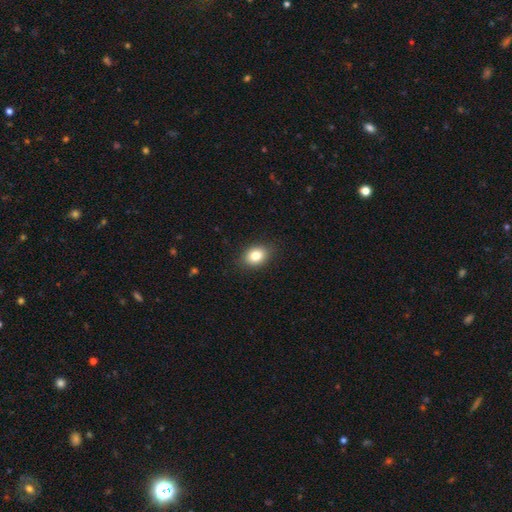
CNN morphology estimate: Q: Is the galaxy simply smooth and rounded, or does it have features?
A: smooth — 82%.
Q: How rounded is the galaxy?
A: in between — 63%.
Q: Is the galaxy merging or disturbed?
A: none — 87%.